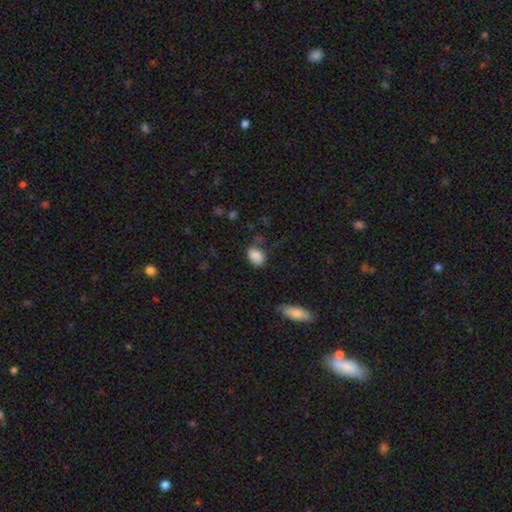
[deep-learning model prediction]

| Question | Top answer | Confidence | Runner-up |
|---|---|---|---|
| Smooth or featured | smooth | 82% | featured or disk (9%) |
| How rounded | in between | 74% | round (24%) |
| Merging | none | 50% | minor disturbance (34%) |